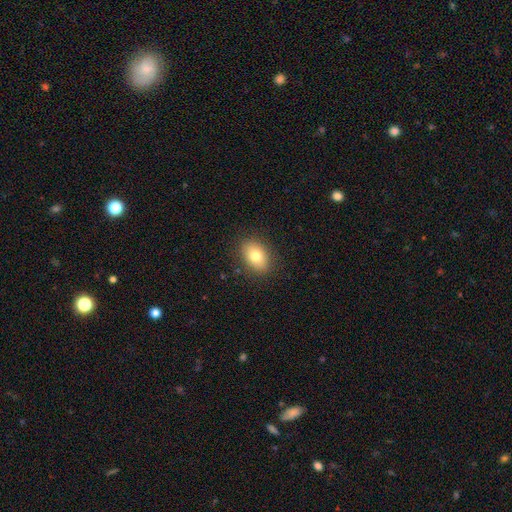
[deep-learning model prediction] A smooth galaxy with no disk features (78%) that is in between round and cigar-shaped (78%).

Vote fractions:
- Smooth or featured? smooth: 78% / featured or disk: 13% / star or artifact: 9%
- How rounded? in between: 78% / round: 20% / cigar-shaped: 1%
- Merging? none: 88% / minor disturbance: 9% / major disturbance: 3% / merger: 1%